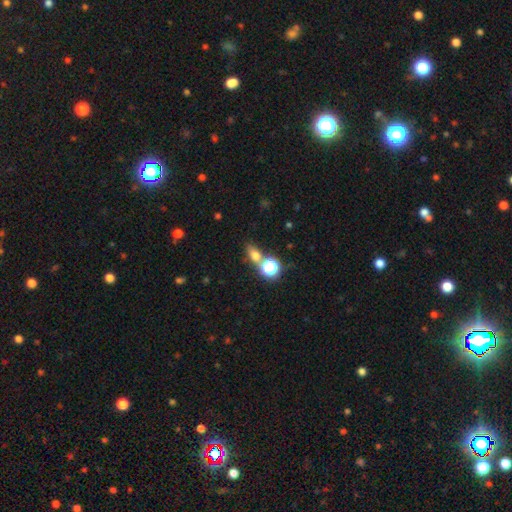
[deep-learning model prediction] A smooth galaxy with no disk features (63%) that is in between round and cigar-shaped (59%). Merging: none (62%).